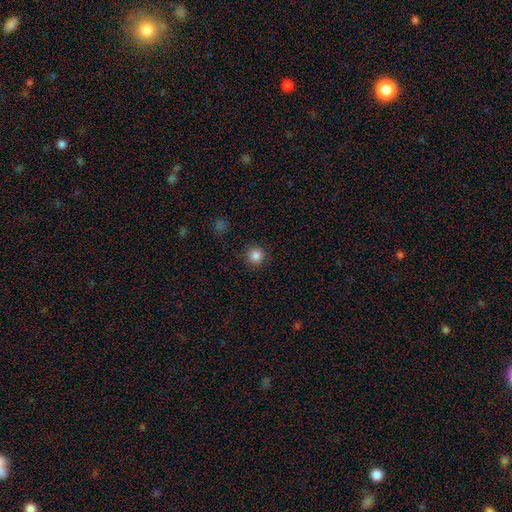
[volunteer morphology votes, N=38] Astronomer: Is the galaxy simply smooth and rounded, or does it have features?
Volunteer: smooth — 92%.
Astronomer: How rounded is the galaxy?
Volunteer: round — 100%.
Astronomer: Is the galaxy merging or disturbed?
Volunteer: none — 86%.